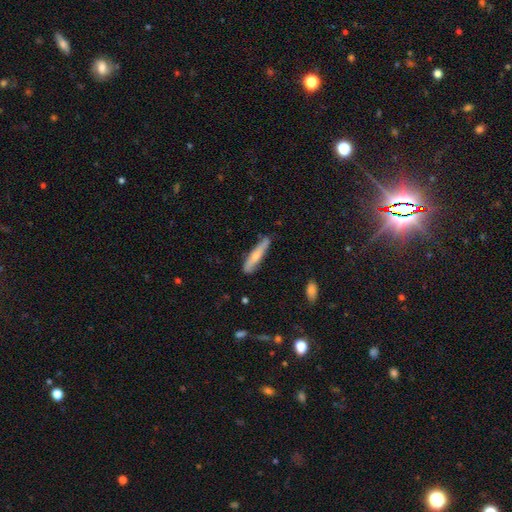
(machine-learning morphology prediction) smooth 58%, featured or disk 36%, star or artifact 6%. Down the decision tree: how rounded — cigar-shaped (86%); merging — none (76%).